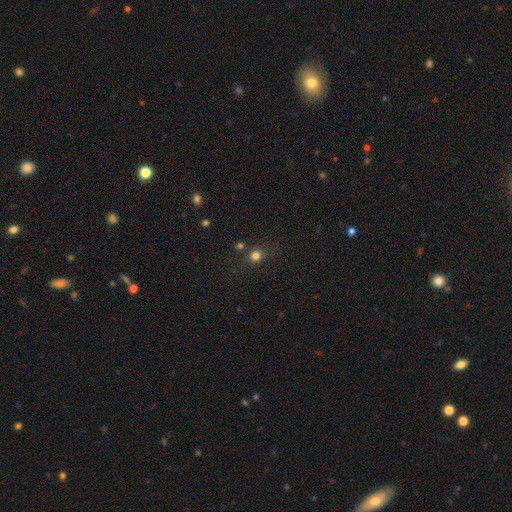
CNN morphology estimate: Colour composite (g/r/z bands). It shows a smooth galaxy with no disk features (74%) that is round (84%). Merging: none (76%).